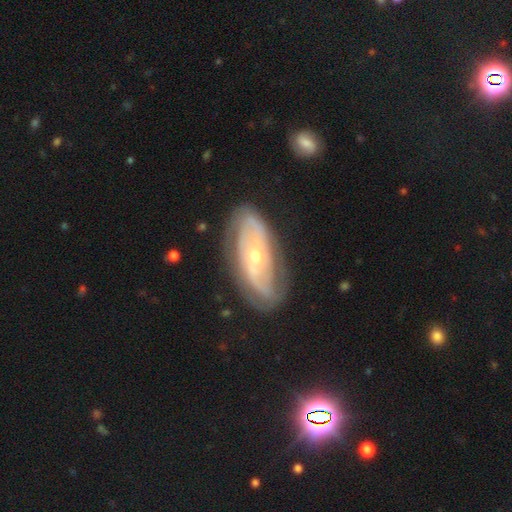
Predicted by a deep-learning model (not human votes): Smooth or featured? Predicted: featured or disk (p=0.80). Edge-on disk? Predicted: no (p=0.91). Bar? Predicted: no (p=0.66). Spiral arms? Predicted: yes (p=0.83). Spiral winding? Predicted: tight (p=0.50). Spiral arm count? Predicted: 2 (p=0.57). Bulge size? Predicted: small (p=0.58). Merging? Predicted: none (p=0.75).